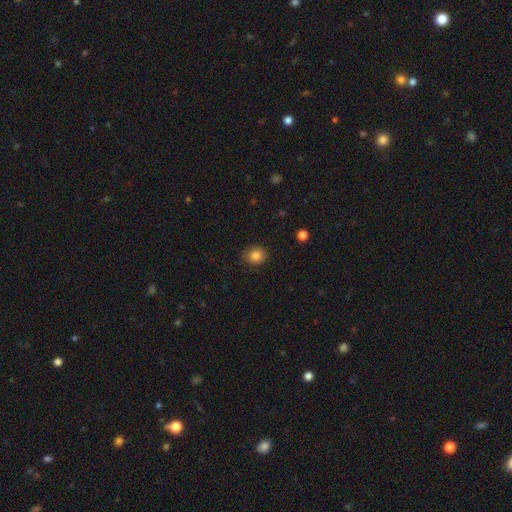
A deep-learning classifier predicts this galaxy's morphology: A smooth galaxy with no disk features (85%) that is round (80%).

Vote fractions:
- Smooth or featured? smooth: 85% / star or artifact: 10% / featured or disk: 5%
- How rounded? round: 80% / in between: 19% / cigar-shaped: 1%
- Merging? none: 89% / minor disturbance: 8% / major disturbance: 2% / merger: 1%